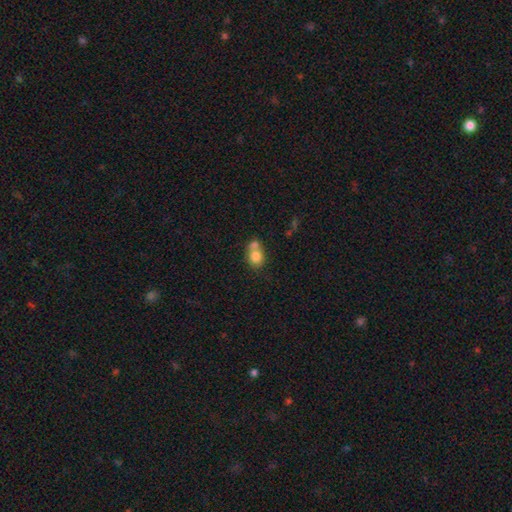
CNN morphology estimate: This appears to be a smooth galaxy with no disk features (78%) that is round (64%). Merging: merger (54%).